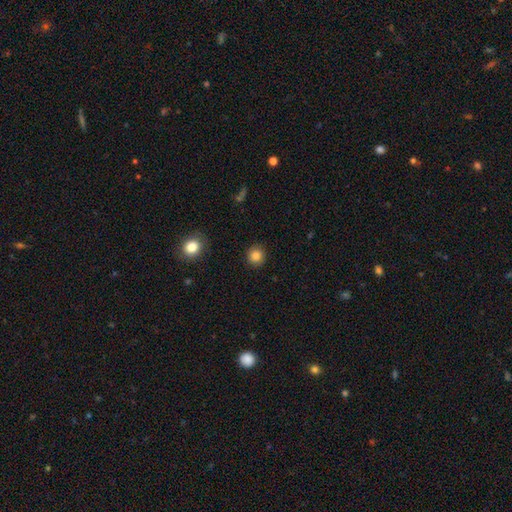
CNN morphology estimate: The model was most divided on "smooth or featured": smooth: 85%, star or artifact: 10%, featured or disk: 5%. More confident: how rounded — round (91%); merging — none (90%).